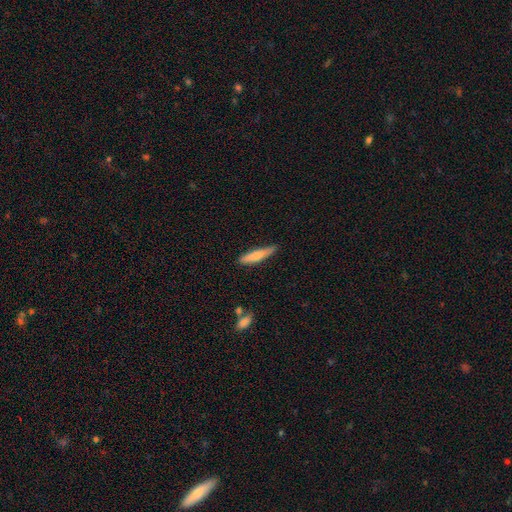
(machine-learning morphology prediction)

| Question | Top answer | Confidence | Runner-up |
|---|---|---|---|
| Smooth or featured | smooth | 74% | featured or disk (21%) |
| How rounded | cigar-shaped | 84% | in between (14%) |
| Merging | none | 74% | minor disturbance (21%) |